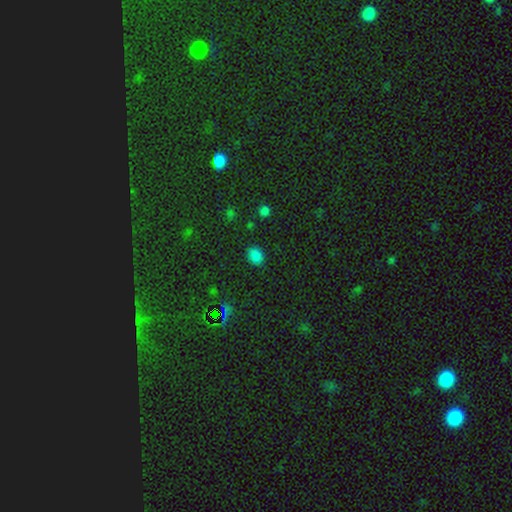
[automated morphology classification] The model was most divided on "how rounded": in between: 59%, round: 40%, cigar-shaped: 1%. More confident: merging — none (85%); smooth or featured — smooth (79%).